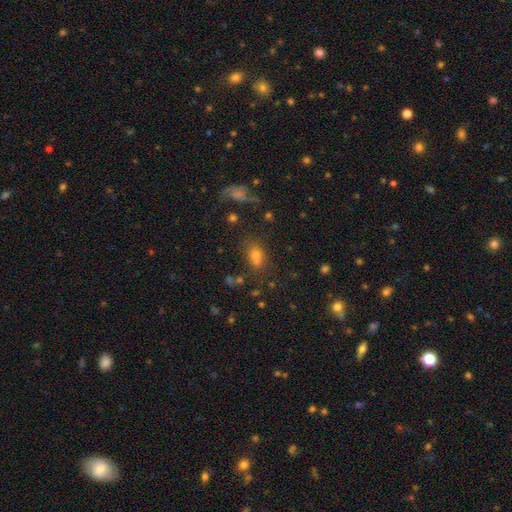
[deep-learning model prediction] This is likely a smooth galaxy (68%). How rounded: likely in between (73%). Merging: likely none (64%).